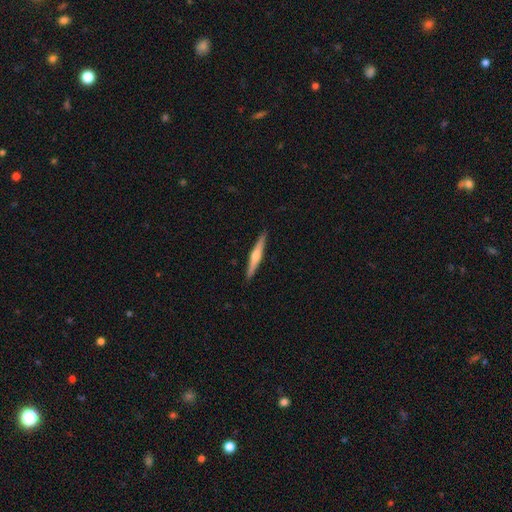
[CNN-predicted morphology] This appears to be a featured or disk galaxy (57%) viewed edge-on (98%) with a rounded central bulge (79%). Merging: none (92%).